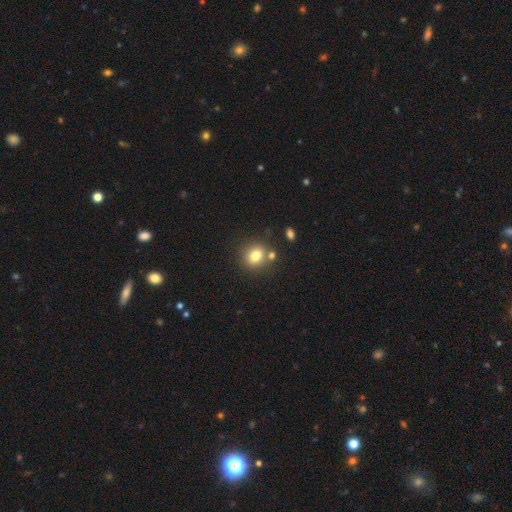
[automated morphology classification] type=smooth (79%); roundness=round (69%); merging=none (72%).